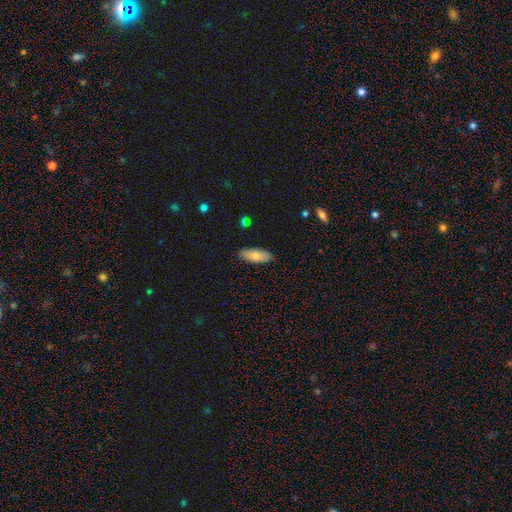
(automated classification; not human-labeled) Morphology: type=smooth (74%); roundness=in between (81%); merging=none (87%).